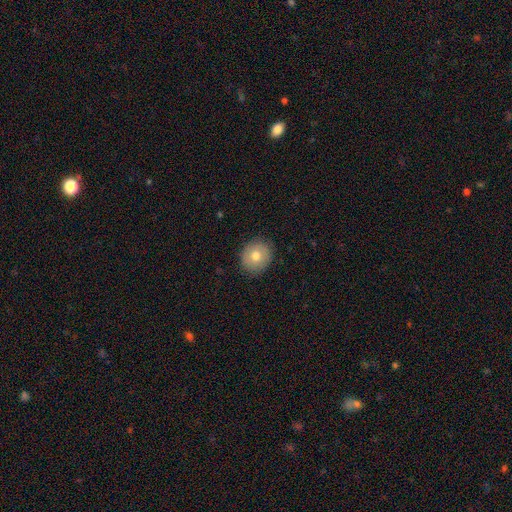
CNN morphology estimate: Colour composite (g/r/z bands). It shows a smooth galaxy with no disk features (73%) that is round (81%). Merging: none (87%).